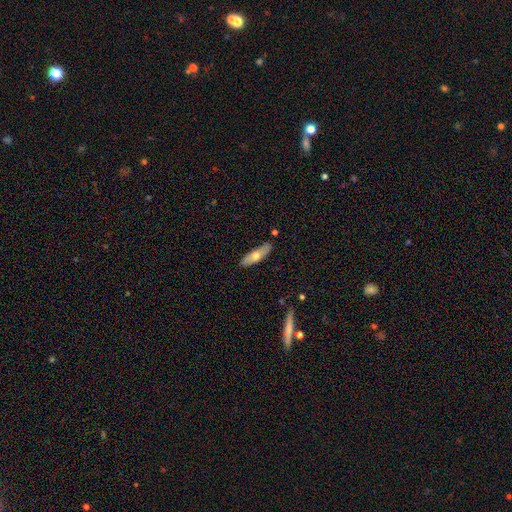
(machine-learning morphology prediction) Smooth or featured?
  - smooth: 59% *
  - featured or disk: 35%
  - star or artifact: 6%
How rounded?
  - cigar-shaped: 52% *
  - in between: 46%
  - round: 2%
Merging?
  - none: 82% *
  - minor disturbance: 14%
  - major disturbance: 2%
  - merger: 2%